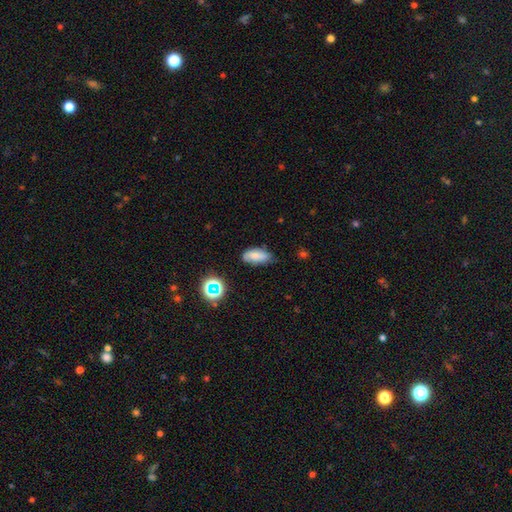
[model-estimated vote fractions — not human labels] Smooth or featured? smooth (72%)
How rounded? in between (86%)
Merging? none (66%)